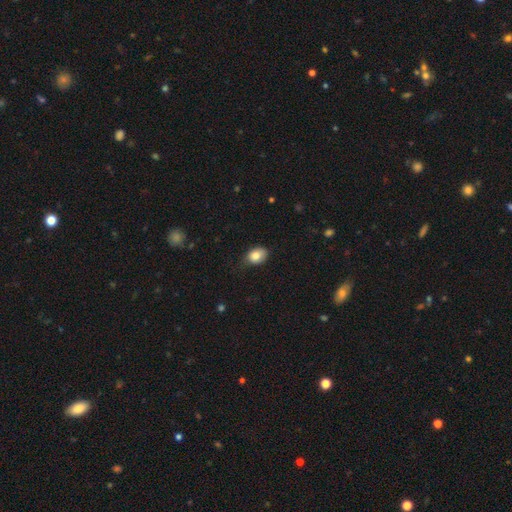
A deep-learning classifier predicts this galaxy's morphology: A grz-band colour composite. It shows a smooth galaxy with no disk features (82%) that is in between round and cigar-shaped (73%). Merging: none (66%).